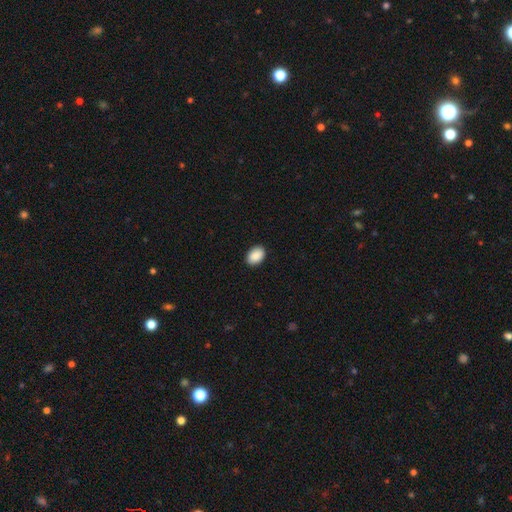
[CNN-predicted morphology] This is clearly a smooth galaxy (91%). How rounded: clearly in between (85%). Merging: clearly none (90%).